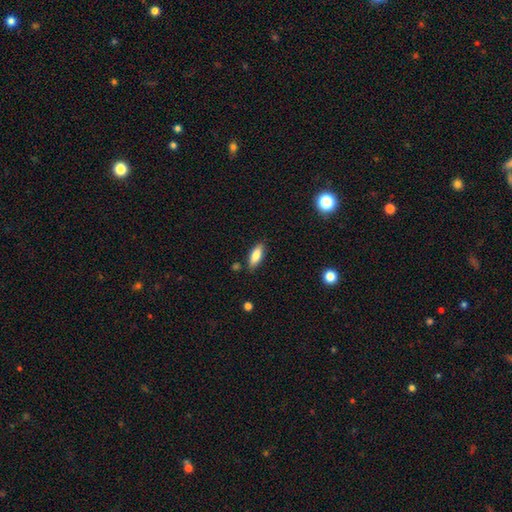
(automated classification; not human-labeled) Morphology: type=smooth (80%); roundness=in between (68%); merging=none (83%).